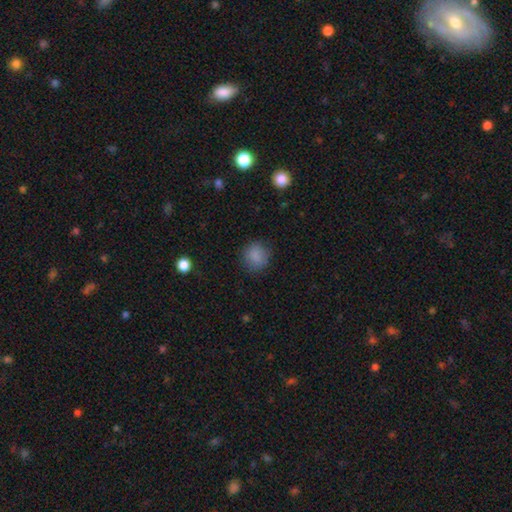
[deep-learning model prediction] Morphology: type=smooth (86%); roundness=round (84%); merging=none (84%).